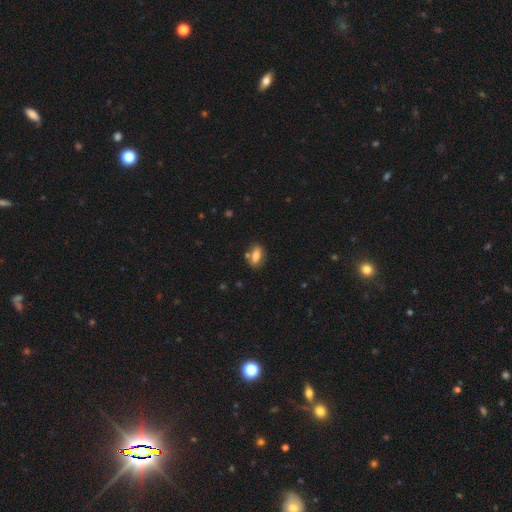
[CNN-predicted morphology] A smooth galaxy with no disk features (79%) that is in between round and cigar-shaped (84%).

Vote fractions:
- Smooth or featured? smooth: 79% / featured or disk: 13% / star or artifact: 8%
- How rounded? in between: 84% / round: 9% / cigar-shaped: 7%
- Merging? none: 73% / minor disturbance: 14% / merger: 10% / major disturbance: 3%